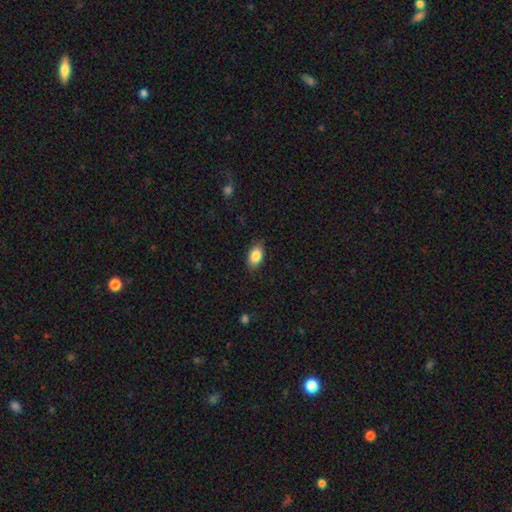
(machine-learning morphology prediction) type=smooth (86%); roundness=in between (91%); merging=none (86%).